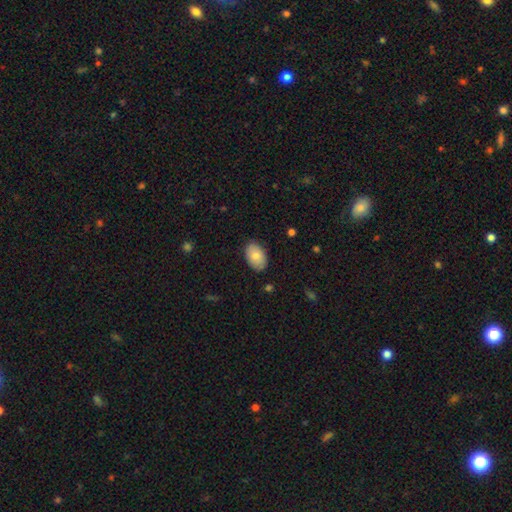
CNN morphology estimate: smooth 80%, featured or disk 13%, star or artifact 6%. Down the decision tree: how rounded — in between (91%); merging — none (86%).